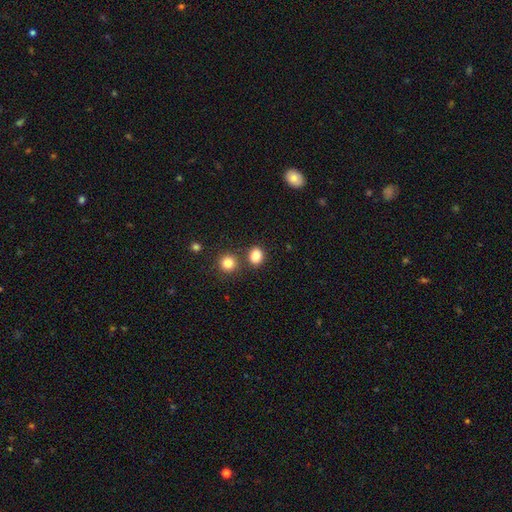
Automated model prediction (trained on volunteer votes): smooth_or_featured: smooth (p=0.85) [alt: star or artifact p=0.11]
how_rounded: round (p=0.51) [alt: in between p=0.47]
merging: none (p=0.75) [alt: merger p=0.12]